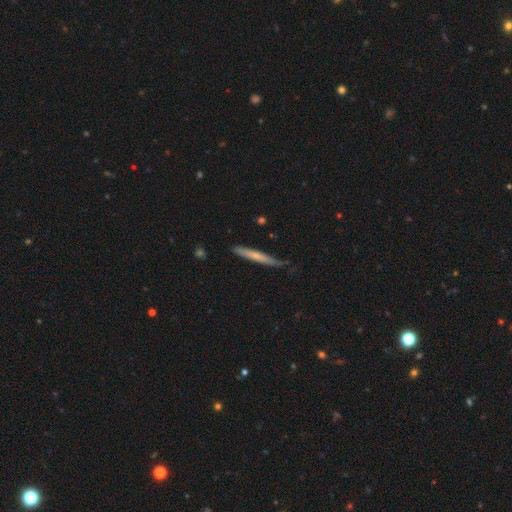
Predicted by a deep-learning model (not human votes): Q: Smooth or featured?
A: smooth (55%); runner-up: featured or disk (39%)
Q: How rounded?
A: cigar-shaped (96%); runner-up: in between (3%)
Q: Merging?
A: none (75%); runner-up: minor disturbance (21%)